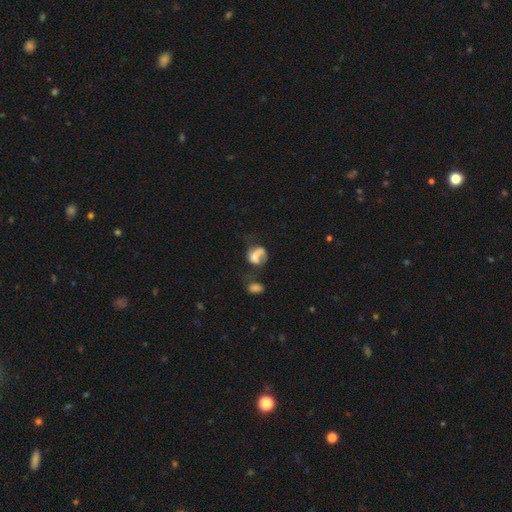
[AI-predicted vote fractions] A featured or disk galaxy (45%). Merging: major disturbance (34%).